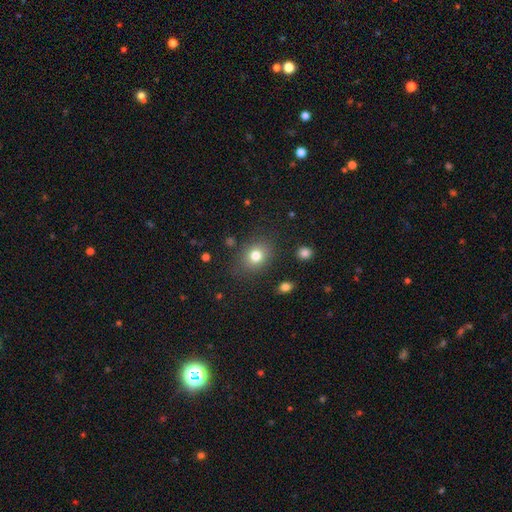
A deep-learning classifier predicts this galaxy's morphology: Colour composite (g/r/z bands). It shows a smooth galaxy with no disk features (78%) that is round (59%). Merging: none (83%).